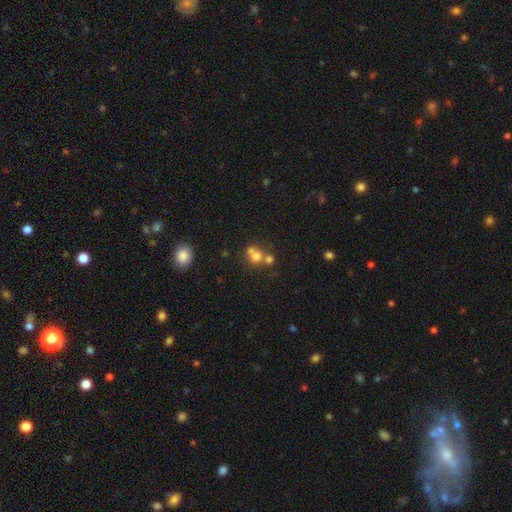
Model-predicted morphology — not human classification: Smooth or featured?
  - smooth: 68% *
  - featured or disk: 17%
  - star or artifact: 15%
How rounded?
  - round: 79% *
  - in between: 20%
  - cigar-shaped: 1%
Merging?
  - merger: 54% *
  - none: 36%
  - minor disturbance: 7%
  - major disturbance: 4%